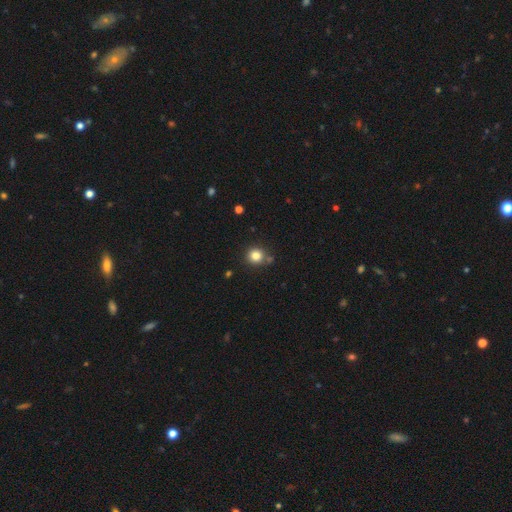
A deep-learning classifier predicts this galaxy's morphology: This is clearly a smooth galaxy (82%). How rounded: clearly round (91%). Merging: likely none (79%).